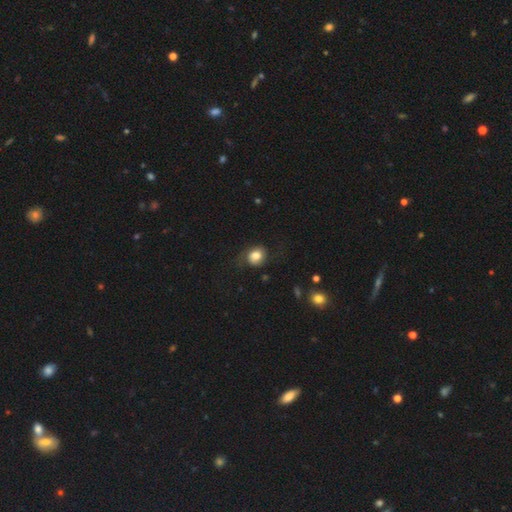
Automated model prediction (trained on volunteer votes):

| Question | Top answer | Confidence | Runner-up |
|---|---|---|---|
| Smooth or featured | smooth | 74% | featured or disk (18%) |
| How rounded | round | 56% | in between (43%) |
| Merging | none | 64% | minor disturbance (22%) |